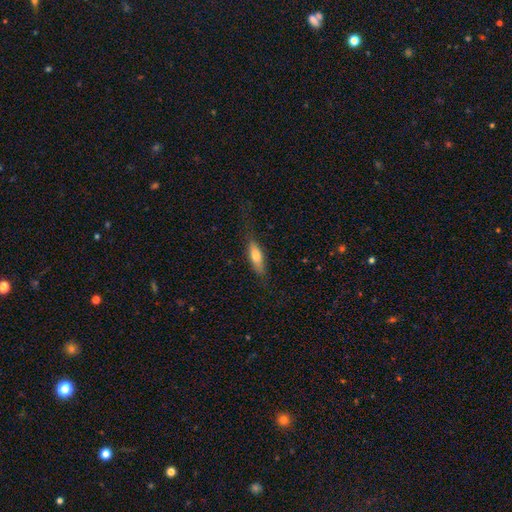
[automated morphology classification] Smooth or featured?
  - smooth: 67% *
  - featured or disk: 27%
  - star or artifact: 6%
How rounded?
  - in between: 51% *
  - cigar-shaped: 47%
  - round: 2%
Merging?
  - none: 75% *
  - minor disturbance: 18%
  - major disturbance: 6%
  - merger: 1%